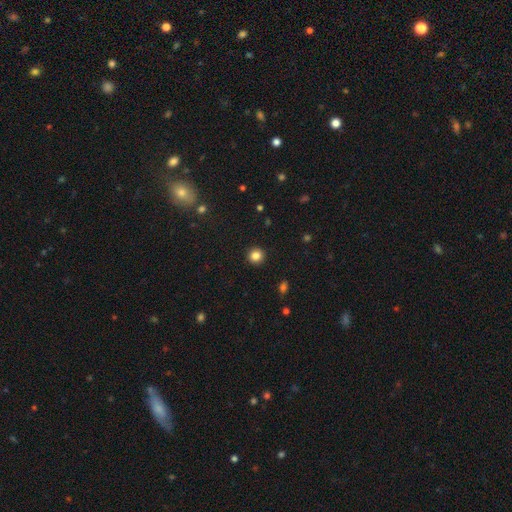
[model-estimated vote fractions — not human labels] The model was most divided on "smooth or featured": smooth: 85%, star or artifact: 11%, featured or disk: 4%. More confident: how rounded — round (94%); merging — none (93%).